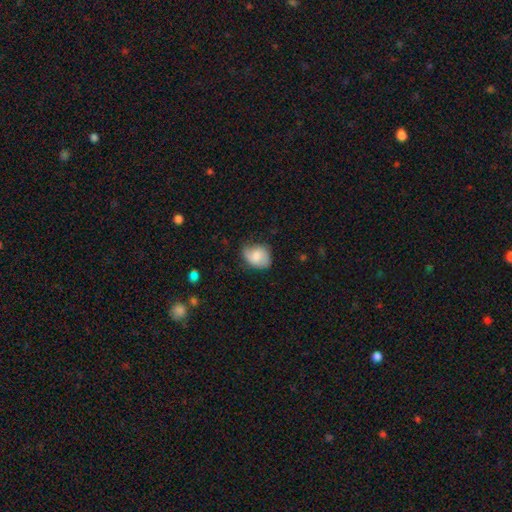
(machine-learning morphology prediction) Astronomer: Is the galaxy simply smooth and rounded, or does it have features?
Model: smooth — 62%.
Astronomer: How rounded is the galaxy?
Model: in between — 57% (runner-up: round, 41%).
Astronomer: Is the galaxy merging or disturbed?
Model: none — 60%.